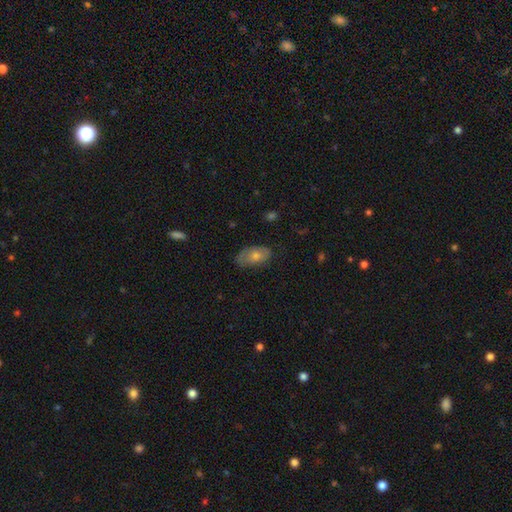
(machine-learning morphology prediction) Smooth or featured?
  - smooth: 60% *
  - featured or disk: 31%
  - star or artifact: 9%
How rounded?
  - in between: 91% *
  - round: 6%
  - cigar-shaped: 3%
Merging?
  - none: 73% *
  - minor disturbance: 21%
  - major disturbance: 5%
  - merger: 1%